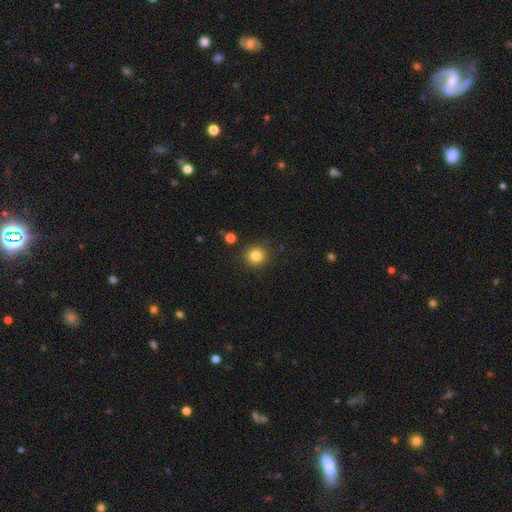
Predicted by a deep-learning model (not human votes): Smooth or featured?
  - smooth: 83% *
  - star or artifact: 12%
  - featured or disk: 5%
How rounded?
  - round: 92% *
  - in between: 8%
  - cigar-shaped: 1%
Merging?
  - none: 89% *
  - minor disturbance: 6%
  - major disturbance: 2%
  - merger: 2%